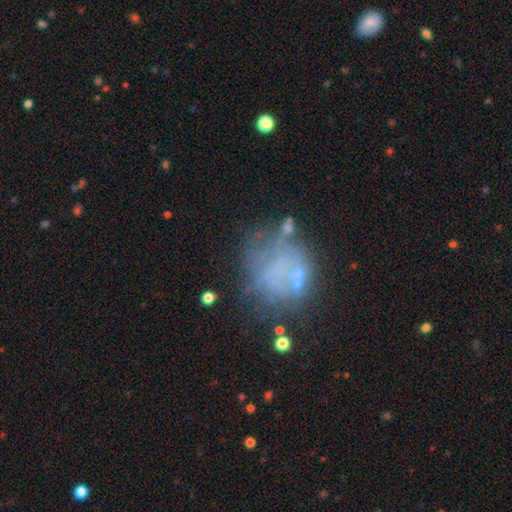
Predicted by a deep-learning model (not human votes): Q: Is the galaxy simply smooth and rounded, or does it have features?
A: featured or disk — 45%.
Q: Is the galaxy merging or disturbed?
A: none — 45%.